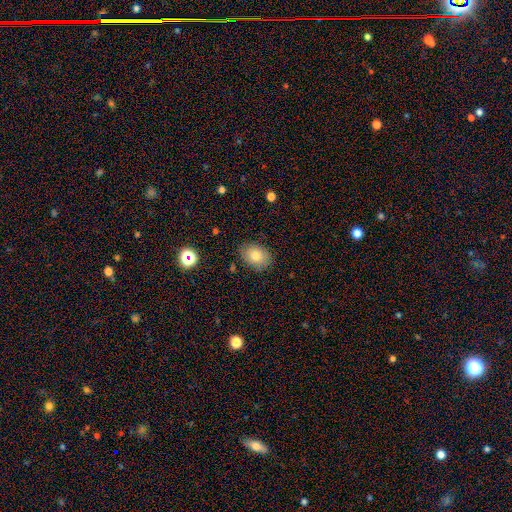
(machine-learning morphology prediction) This appears to be a smooth galaxy with no disk features (80%) that is in between round and cigar-shaped (70%). Merging: none (83%).